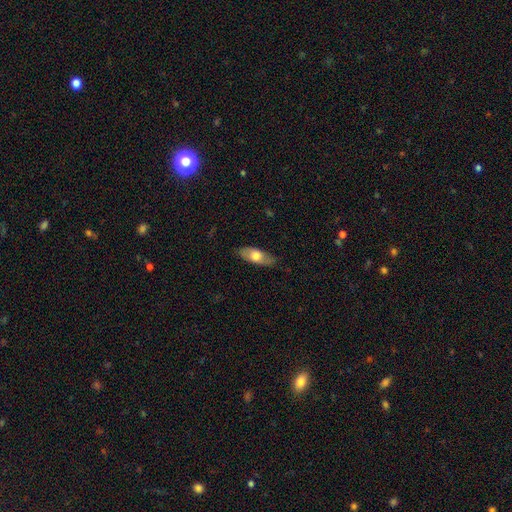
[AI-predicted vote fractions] Q: Smooth or featured?
A: smooth (64%); runner-up: featured or disk (30%)
Q: How rounded?
A: in between (77%); runner-up: cigar-shaped (20%)
Q: Merging?
A: none (81%); runner-up: minor disturbance (15%)